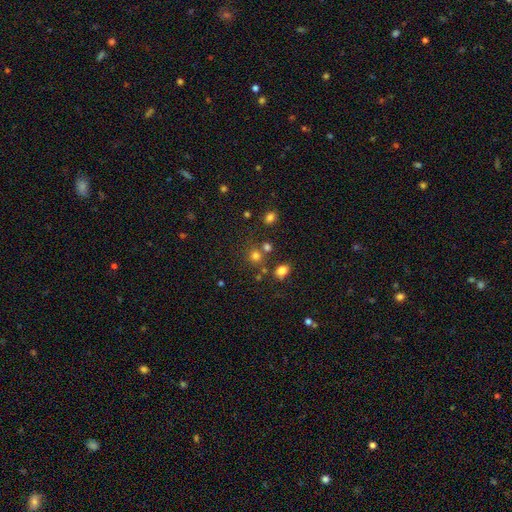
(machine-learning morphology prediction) smooth_or_featured: smooth (p=0.73) [alt: star or artifact p=0.19]
how_rounded: round (p=0.82) [alt: in between p=0.17]
merging: none (p=0.66) [alt: merger p=0.20]